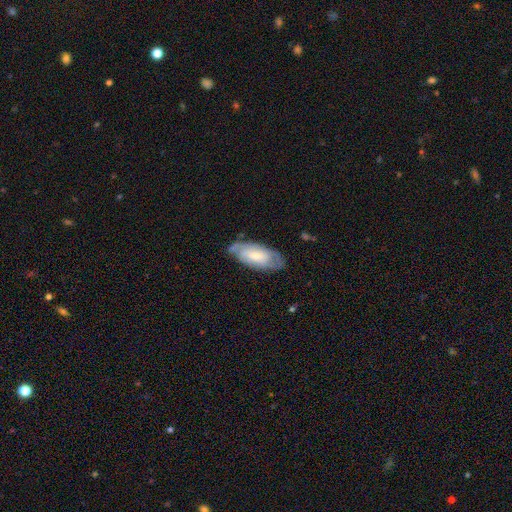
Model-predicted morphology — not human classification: This is possibly a featured or disk galaxy (49%). Merging: likely none (66%).